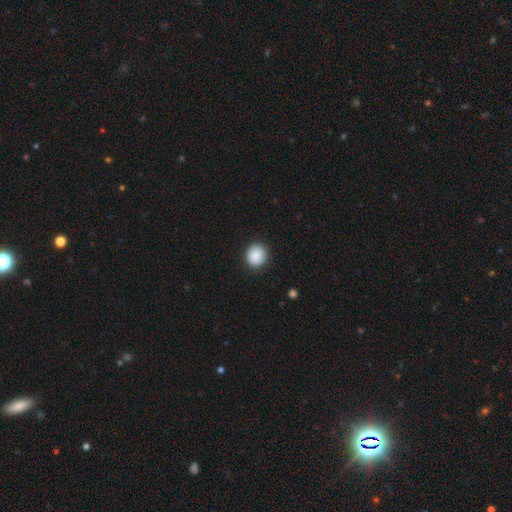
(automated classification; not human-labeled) A smooth galaxy with no disk features (88%) that is round (88%). Merging: none (89%).